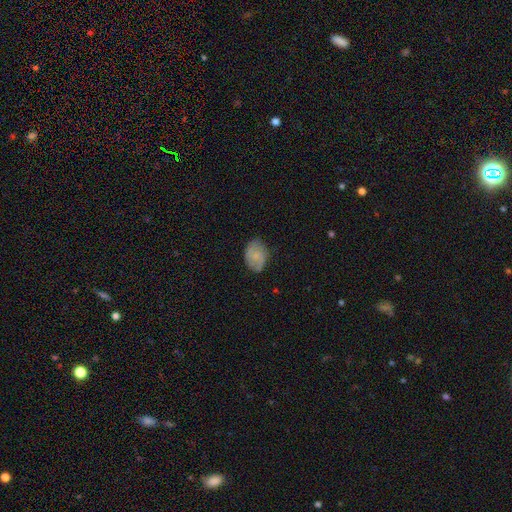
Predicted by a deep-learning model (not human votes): Smooth or featured? Predicted: smooth (p=0.55). How rounded? Predicted: in between (p=0.76). Merging? Predicted: none (p=0.71).